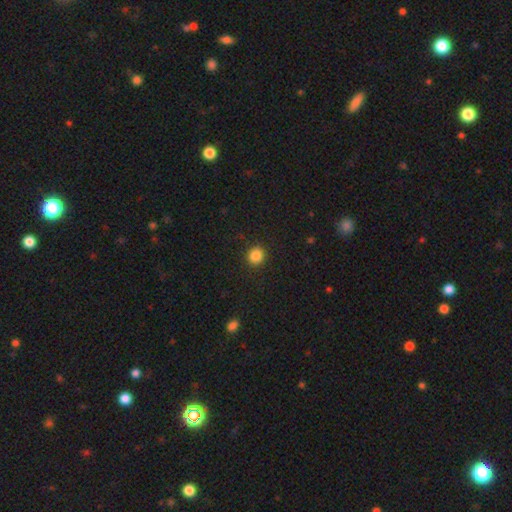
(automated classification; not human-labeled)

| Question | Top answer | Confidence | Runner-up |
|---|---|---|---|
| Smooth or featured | smooth | 85% | star or artifact (11%) |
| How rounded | round | 89% | in between (10%) |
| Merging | none | 91% | minor disturbance (6%) |